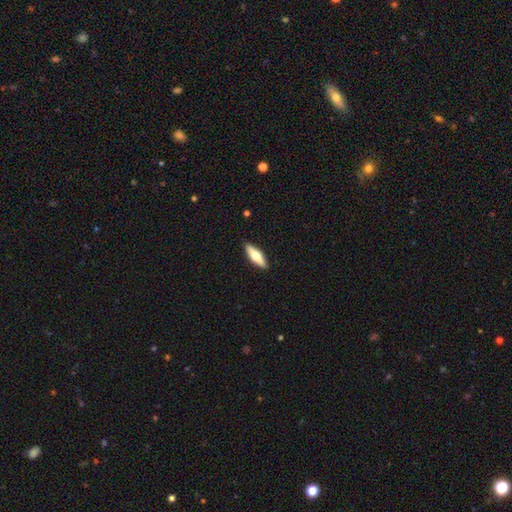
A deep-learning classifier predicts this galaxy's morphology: Smooth or featured: smooth — 55% (featured or disk — 40%)
How rounded: cigar-shaped — 51% (in between — 47%)
Merging: none — 90% (minor disturbance — 7%)